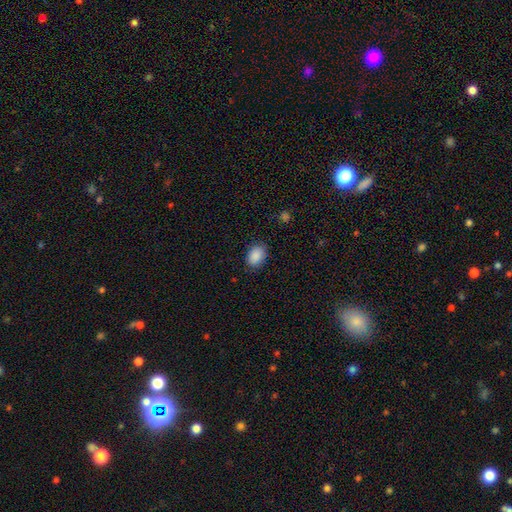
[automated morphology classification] Smooth or featured? smooth (89%)
How rounded? in between (80%)
Merging? none (85%)